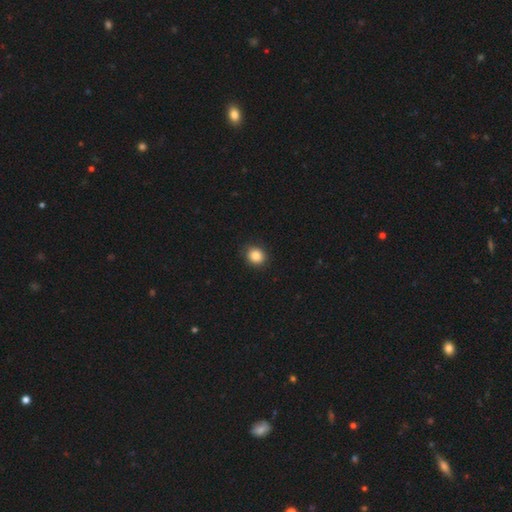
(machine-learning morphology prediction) Smooth or featured?
  - smooth: 86% *
  - star or artifact: 10%
  - featured or disk: 4%
How rounded?
  - round: 73% *
  - in between: 26%
  - cigar-shaped: 1%
Merging?
  - none: 89% *
  - minor disturbance: 8%
  - major disturbance: 2%
  - merger: 1%